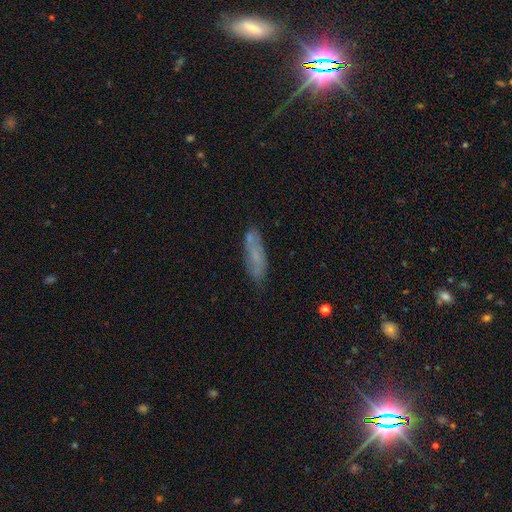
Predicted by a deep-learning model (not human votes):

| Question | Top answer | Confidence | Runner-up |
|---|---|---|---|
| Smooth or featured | smooth | 59% | featured or disk (31%) |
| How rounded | cigar-shaped | 55% | in between (42%) |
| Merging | none | 70% | minor disturbance (19%) |